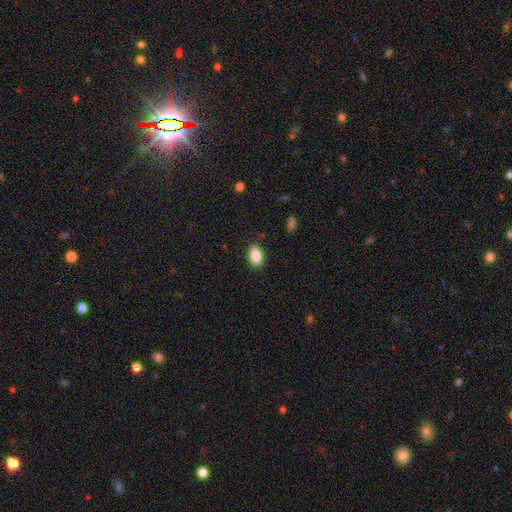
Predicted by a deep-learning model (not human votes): This appears to be a smooth galaxy with no disk features (89%) that is in between round and cigar-shaped (90%). Merging: none (87%).